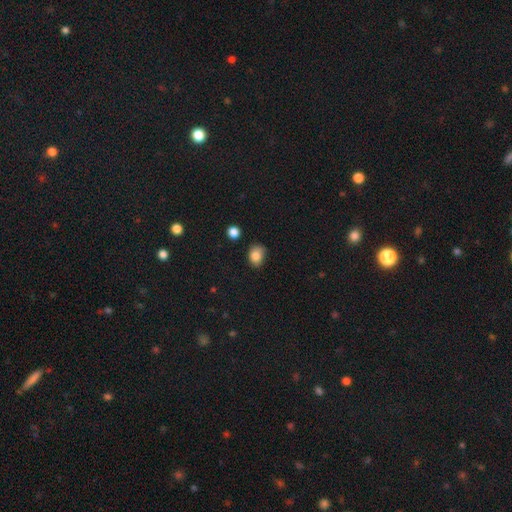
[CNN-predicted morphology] This appears to be a smooth galaxy with no disk features (83%) that is in between round and cigar-shaped (58%). Merging: none (67%).